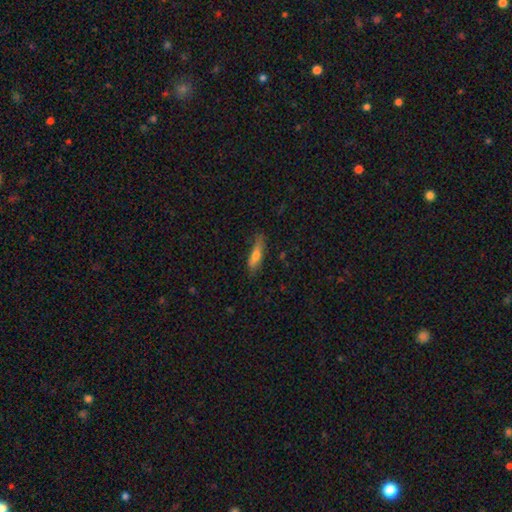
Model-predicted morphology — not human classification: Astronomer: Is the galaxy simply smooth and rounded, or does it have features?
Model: smooth — 68%.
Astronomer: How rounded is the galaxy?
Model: cigar-shaped — 64%.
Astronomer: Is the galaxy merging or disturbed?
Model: none — 68%.